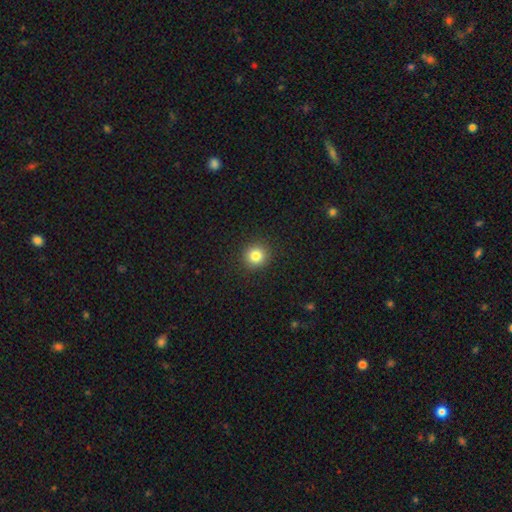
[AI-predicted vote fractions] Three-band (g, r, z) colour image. It shows a smooth galaxy with no disk features (83%) that is round (92%). Merging: none (92%).